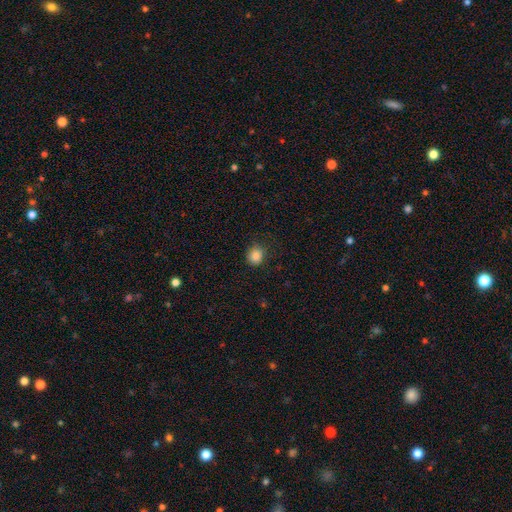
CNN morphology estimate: The model was most divided on "how rounded": round: 76%, in between: 23%, cigar-shaped: 1%. More confident: smooth or featured — smooth (84%); merging — none (81%).